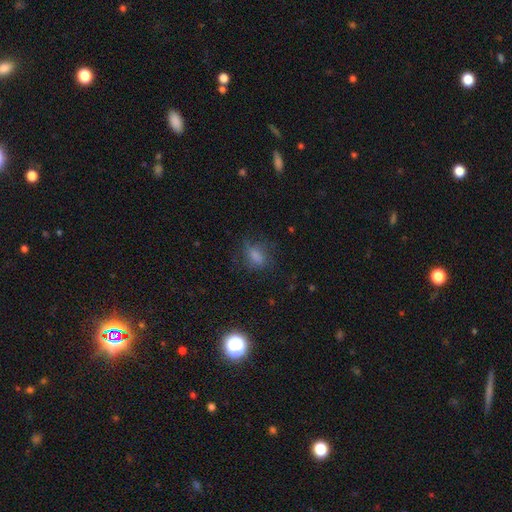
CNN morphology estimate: Smooth or featured: smooth — 67% (featured or disk — 17%)
How rounded: in between — 70% (round — 24%)
Merging: none — 58% (minor disturbance — 23%)